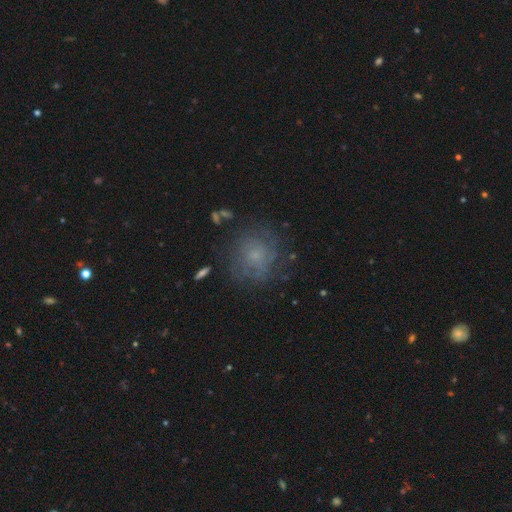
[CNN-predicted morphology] Smooth or featured?
  - smooth: 46% *
  - featured or disk: 38%
  - star or artifact: 17%
Merging?
  - none: 69% *
  - minor disturbance: 17%
  - major disturbance: 11%
  - merger: 2%